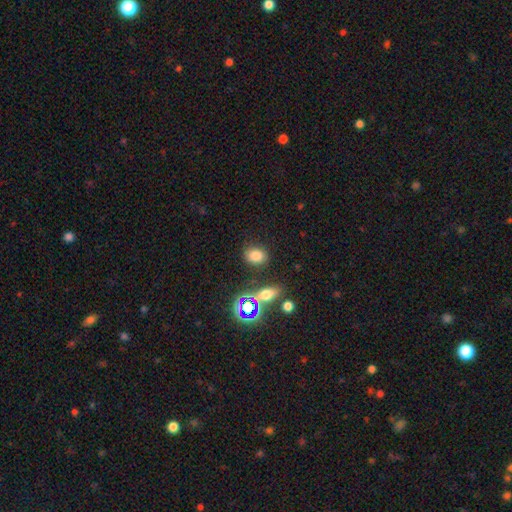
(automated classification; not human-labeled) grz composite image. It shows a smooth galaxy with no disk features (74%) that is in between round and cigar-shaped (59%). Merging: none (82%).